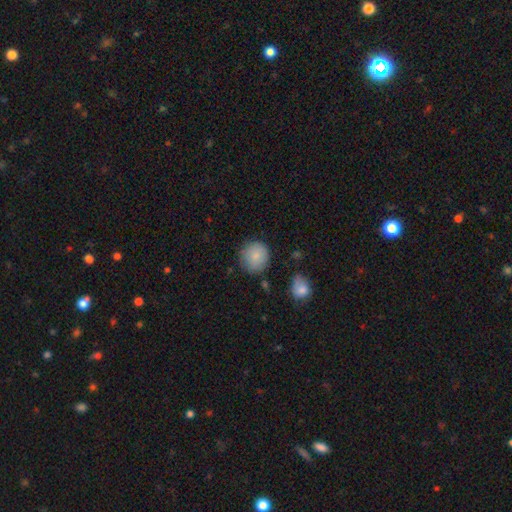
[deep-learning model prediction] A smooth galaxy with no disk features (86%) that is round (91%).

Vote fractions:
- Smooth or featured? smooth: 86% / star or artifact: 7% / featured or disk: 7%
- How rounded? round: 91% / in between: 9% / cigar-shaped: 1%
- Merging? none: 80% / minor disturbance: 13% / major disturbance: 4% / merger: 3%